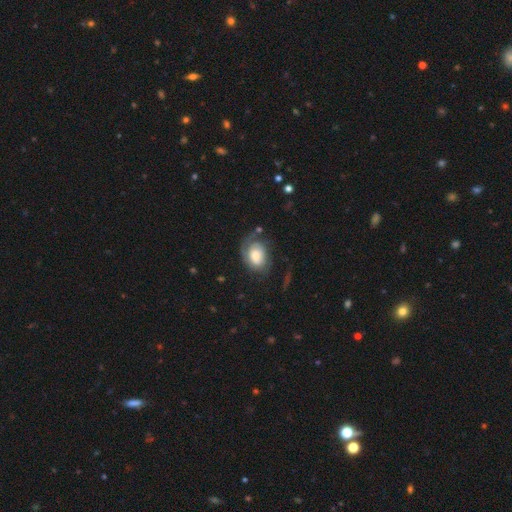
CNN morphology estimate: type=featured or disk (53%); edge-on=no (96%); bar=no (72%); spiral arms=yes (80%); bulge=large (39%); merging=none (50%).